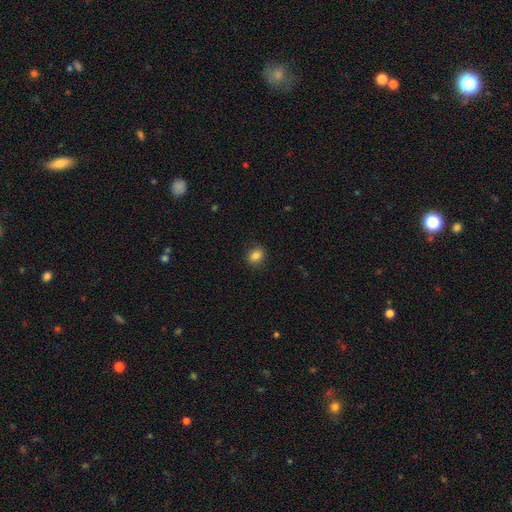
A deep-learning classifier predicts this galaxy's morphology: Smooth or featured: smooth — 82% (star or artifact — 10%)
How rounded: round — 54% (in between — 45%)
Merging: none — 85% (minor disturbance — 11%)